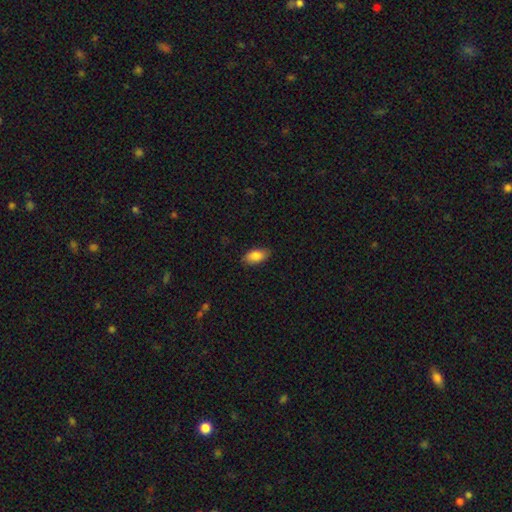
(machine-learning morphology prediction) smooth_or_featured: smooth (p=0.86) [alt: featured or disk p=0.08]
how_rounded: in between (p=0.92) [alt: cigar-shaped p=0.04]
merging: none (p=0.86) [alt: minor disturbance p=0.11]